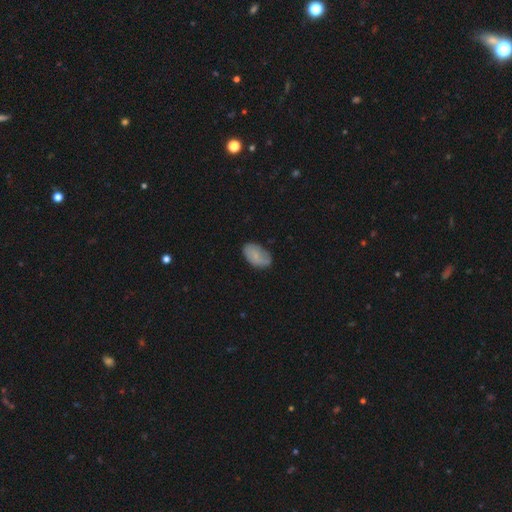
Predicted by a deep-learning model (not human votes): Overall: smooth (76%). How rounded: in between (93%). Merging: none (72%).